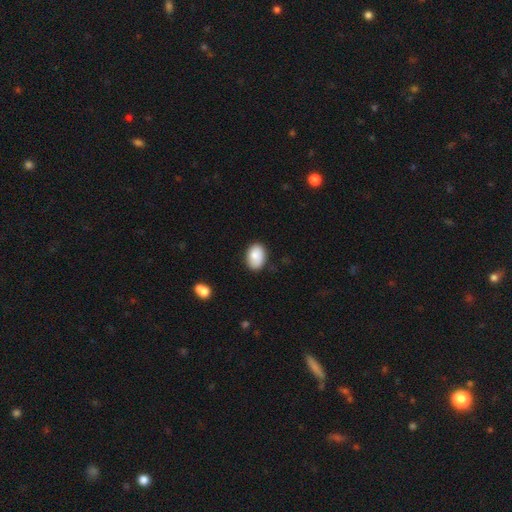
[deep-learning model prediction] smooth_or_featured: smooth (p=0.86) [alt: featured or disk p=0.07]
how_rounded: in between (p=0.86) [alt: round p=0.13]
merging: none (p=0.81) [alt: minor disturbance p=0.15]